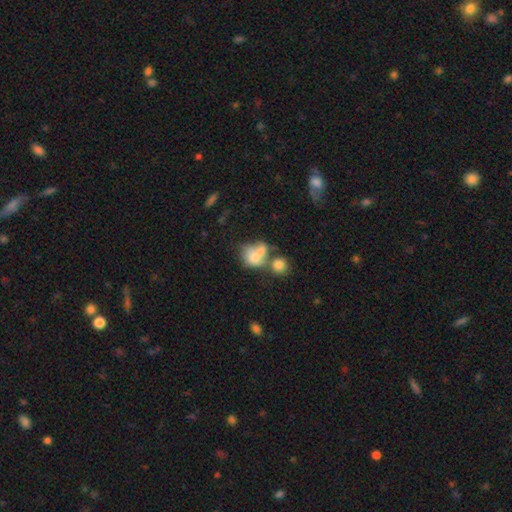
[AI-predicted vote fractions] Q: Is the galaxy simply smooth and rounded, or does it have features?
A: smooth — 68%.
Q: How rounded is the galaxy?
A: round — 59%.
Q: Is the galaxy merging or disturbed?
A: merger — 56%.